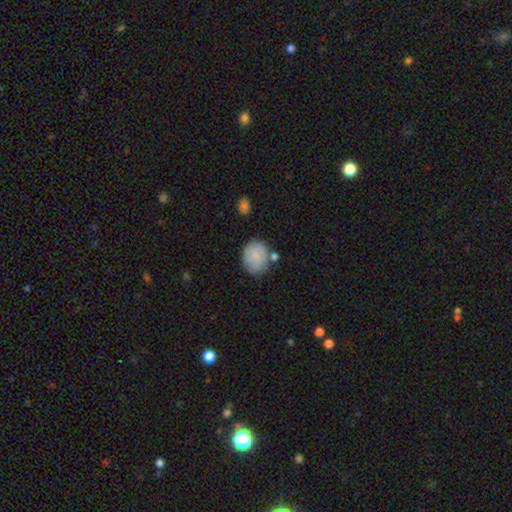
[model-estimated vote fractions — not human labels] A smooth galaxy with no disk features (80%) that is round (51%).

Vote fractions:
- Smooth or featured? smooth: 80% / featured or disk: 13% / star or artifact: 7%
- How rounded? round: 51% / in between: 48% / cigar-shaped: 1%
- Merging? none: 67% / minor disturbance: 19% / merger: 9% / major disturbance: 5%